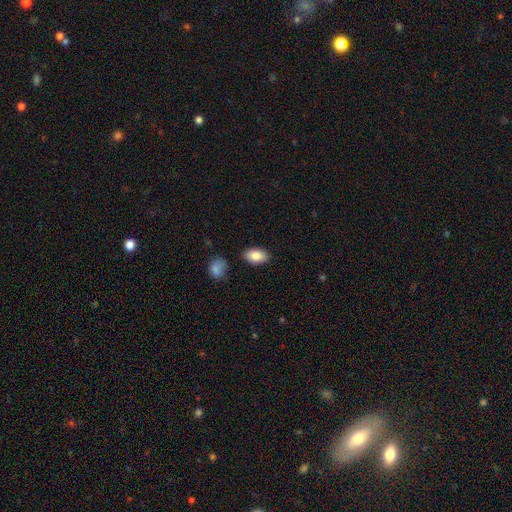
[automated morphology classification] This appears to be a smooth galaxy with no disk features (85%) that is in between round and cigar-shaped (91%). Merging: none (85%).